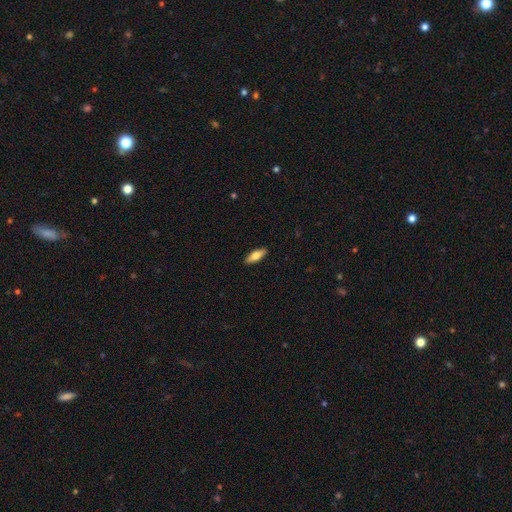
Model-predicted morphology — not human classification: Overall: smooth (69%). How rounded: in between (64%; cigar-shaped 34%). Merging: none (90%).